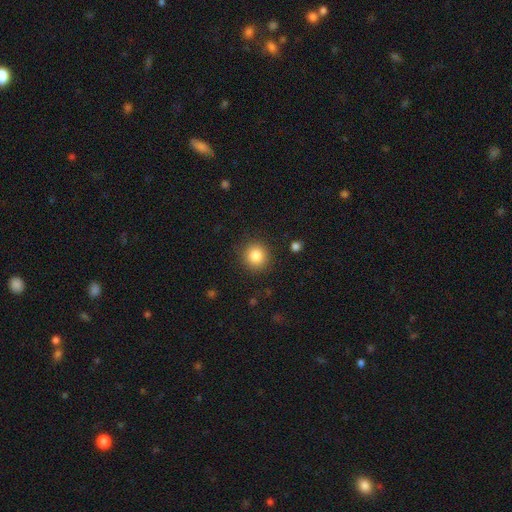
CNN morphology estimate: Smooth or featured: smooth — 85% (star or artifact — 10%)
How rounded: round — 92% (in between — 7%)
Merging: none — 89% (minor disturbance — 7%)